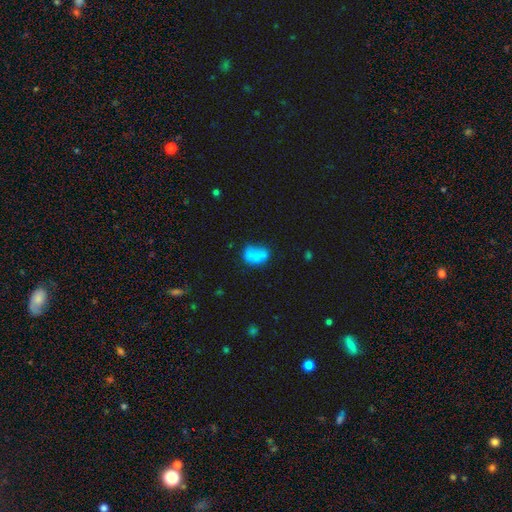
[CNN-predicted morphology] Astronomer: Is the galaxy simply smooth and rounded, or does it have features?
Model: smooth — 76%.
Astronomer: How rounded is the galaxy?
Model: in between — 84%.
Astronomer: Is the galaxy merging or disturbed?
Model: none — 42% (runner-up: minor disturbance, 30%).